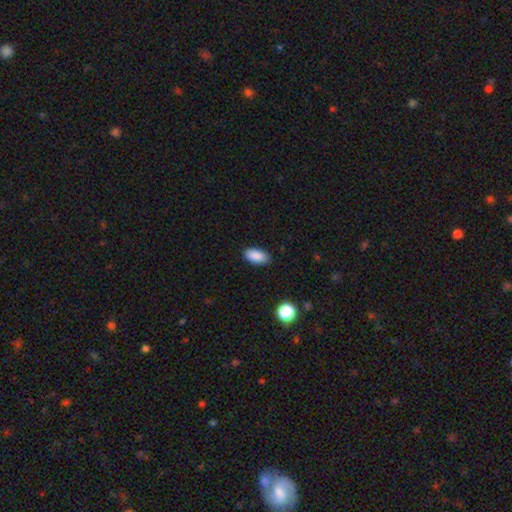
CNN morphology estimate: The model was most divided on "merging": none: 86%, minor disturbance: 11%, major disturbance: 2%, merger: 1%. More confident: how rounded — in between (93%); smooth or featured — smooth (89%).